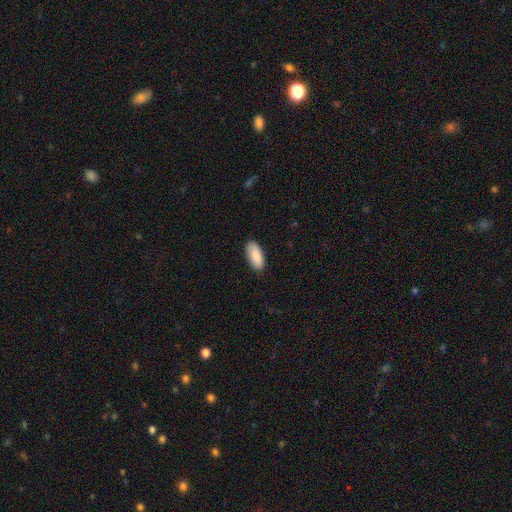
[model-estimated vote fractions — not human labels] Q: Smooth or featured?
A: smooth (90%); runner-up: star or artifact (6%)
Q: How rounded?
A: in between (89%); runner-up: cigar-shaped (10%)
Q: Merging?
A: none (88%); runner-up: minor disturbance (9%)